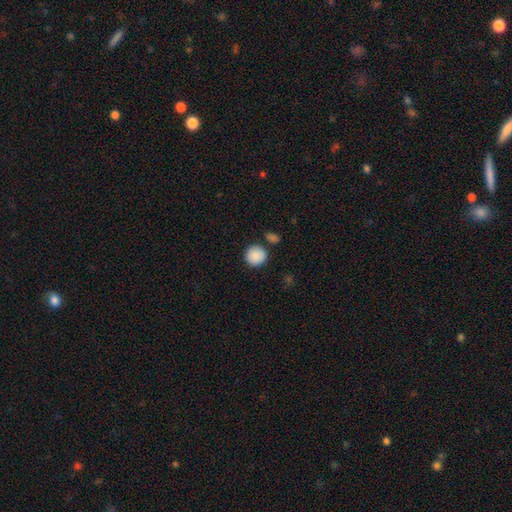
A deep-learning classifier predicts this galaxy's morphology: type=smooth (89%); roundness=round (93%); merging=none (82%).